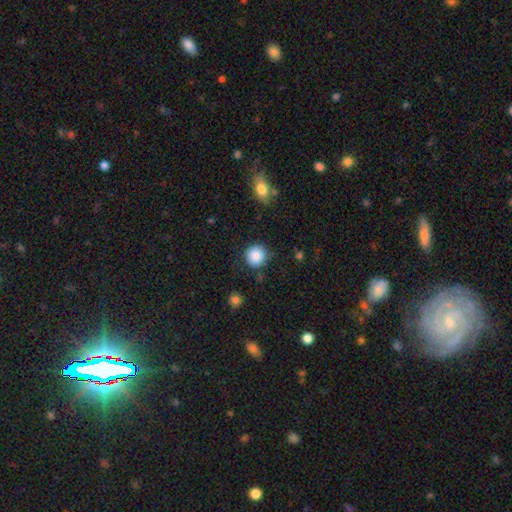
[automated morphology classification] Smooth or featured?
  - smooth: 87% *
  - star or artifact: 9%
  - featured or disk: 4%
How rounded?
  - round: 94% *
  - in between: 5%
  - cigar-shaped: 1%
Merging?
  - none: 86% *
  - minor disturbance: 9%
  - major disturbance: 3%
  - merger: 2%